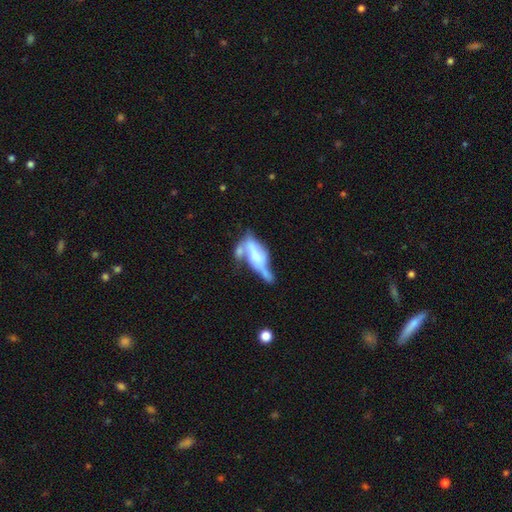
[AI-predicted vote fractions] Smooth or featured? Predicted: featured or disk (p=0.49). Merging? Predicted: merger (p=0.41).